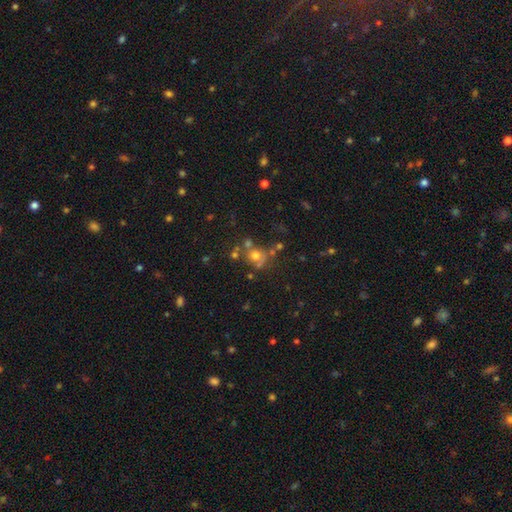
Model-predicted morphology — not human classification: This appears to be a smooth galaxy with no disk features (60%) that is round (81%). Merging: none (52%).